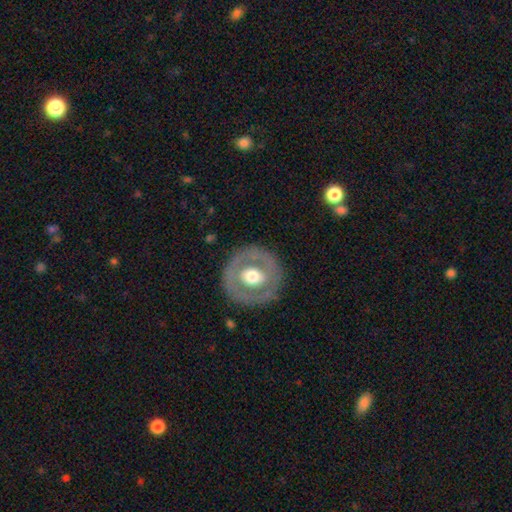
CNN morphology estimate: This appears to be a featured or disk galaxy (59%) with no bar (73%), no spiral arms (84%) and a moderate central bulge (63%). Merging: none (83%).